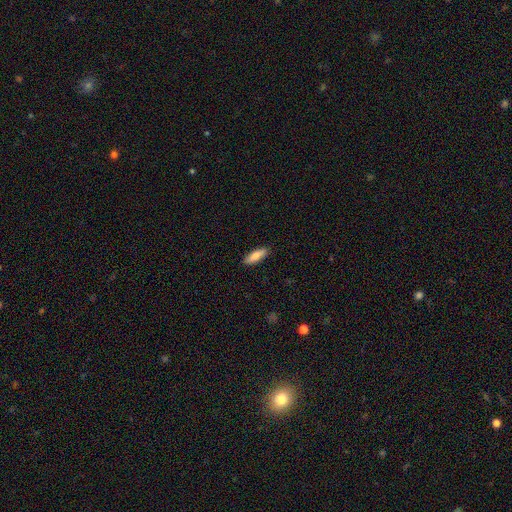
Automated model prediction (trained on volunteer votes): Smooth or featured? smooth (83%)
How rounded? in between (50%)
Merging? none (89%)